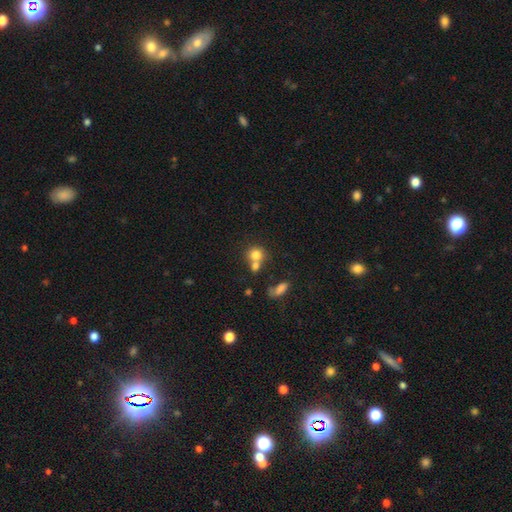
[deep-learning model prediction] Smooth or featured? Predicted: smooth (p=0.77). How rounded? Predicted: round (p=0.80). Merging? Predicted: merger (p=0.47).